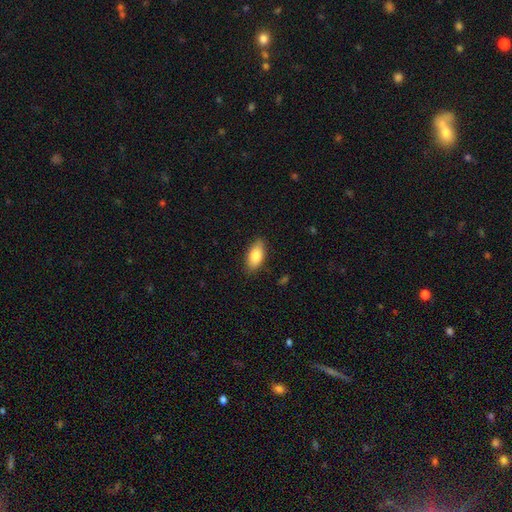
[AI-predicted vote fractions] Smooth or featured? smooth (83%)
How rounded? in between (89%)
Merging? none (85%)